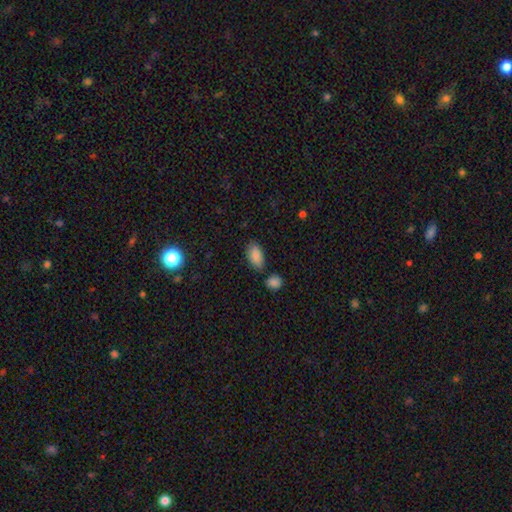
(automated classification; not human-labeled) Smooth or featured?
  - smooth: 87% *
  - star or artifact: 8%
  - featured or disk: 5%
How rounded?
  - in between: 92% *
  - cigar-shaped: 4%
  - round: 4%
Merging?
  - none: 75% *
  - minor disturbance: 14%
  - merger: 7%
  - major disturbance: 3%